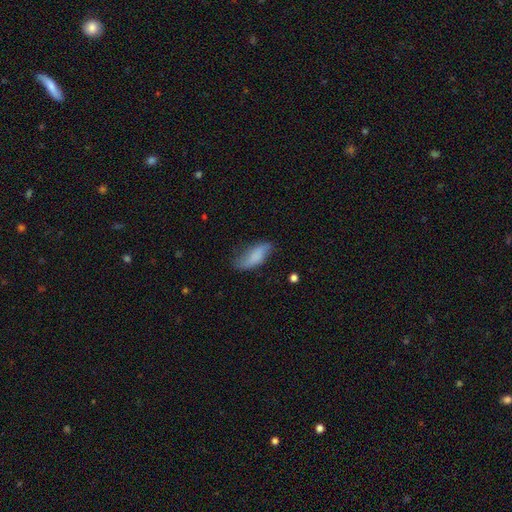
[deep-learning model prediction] Q: Smooth or featured?
A: smooth (70%); runner-up: featured or disk (23%)
Q: How rounded?
A: in between (75%); runner-up: cigar-shaped (22%)
Q: Merging?
A: none (57%); runner-up: minor disturbance (31%)